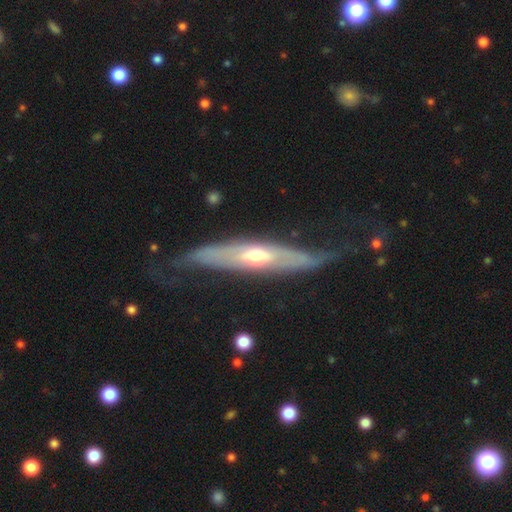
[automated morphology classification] smooth_or_featured: featured or disk (p=0.72) [alt: smooth p=0.22]
disk_edge_on: yes (p=0.58) [alt: no p=0.42]
merging: none (p=0.58) [alt: minor disturbance p=0.24]